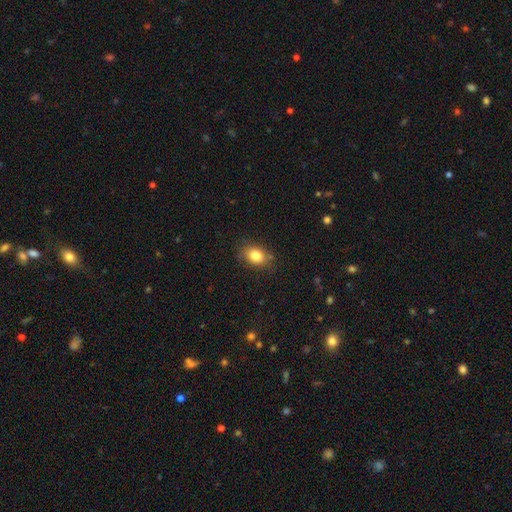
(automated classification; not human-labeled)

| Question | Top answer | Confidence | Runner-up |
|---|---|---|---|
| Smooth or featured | smooth | 83% | star or artifact (9%) |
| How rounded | in between | 69% | round (29%) |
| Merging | none | 79% | minor disturbance (16%) |